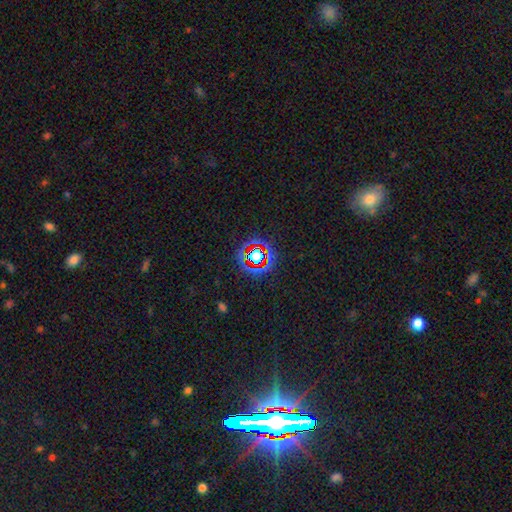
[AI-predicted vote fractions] smooth-or-featured: star or artifact: 72% | smooth: 17% | featured or disk: 11%